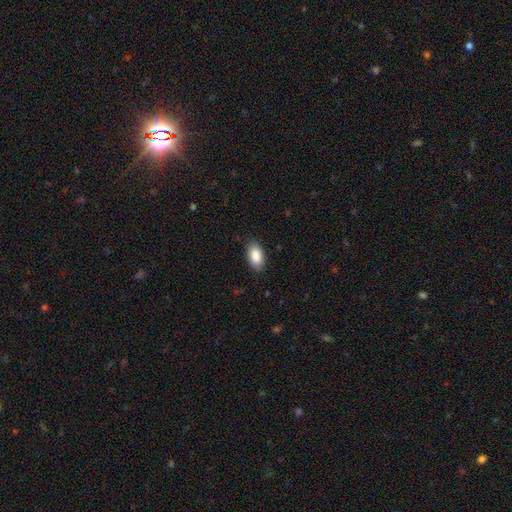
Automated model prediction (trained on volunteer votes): The model was most divided on "merging": none: 86%, minor disturbance: 11%, major disturbance: 2%, merger: 1%. More confident: how rounded — in between (94%); smooth or featured — smooth (89%).